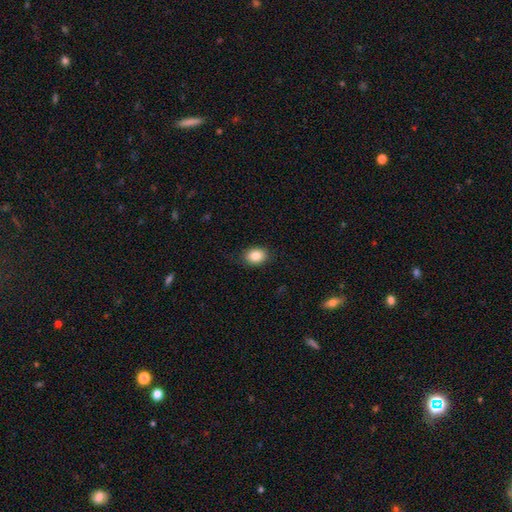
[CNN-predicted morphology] Smooth or featured? Predicted: smooth (p=0.85). How rounded? Predicted: in between (p=0.63). Merging? Predicted: none (p=0.85).